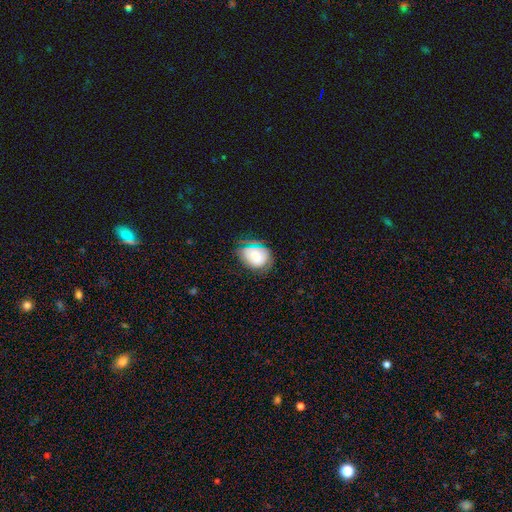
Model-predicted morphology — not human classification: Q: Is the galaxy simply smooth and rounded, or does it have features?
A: smooth — 64%.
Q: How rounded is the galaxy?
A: in between — 59%.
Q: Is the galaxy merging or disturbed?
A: none — 66%.